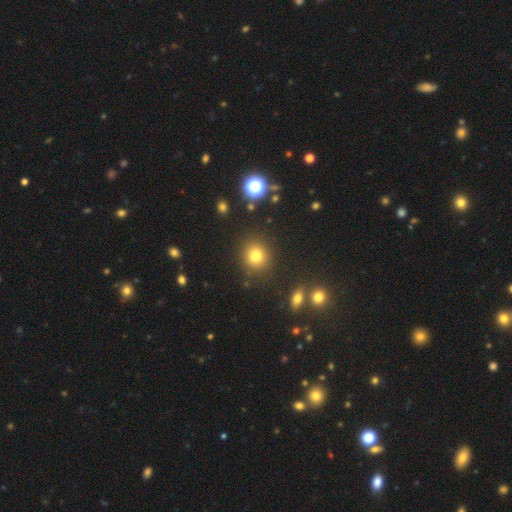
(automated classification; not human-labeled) smooth_or_featured: smooth (p=0.79) [alt: star or artifact p=0.14]
how_rounded: round (p=0.83) [alt: in between p=0.16]
merging: none (p=0.84) [alt: minor disturbance p=0.09]